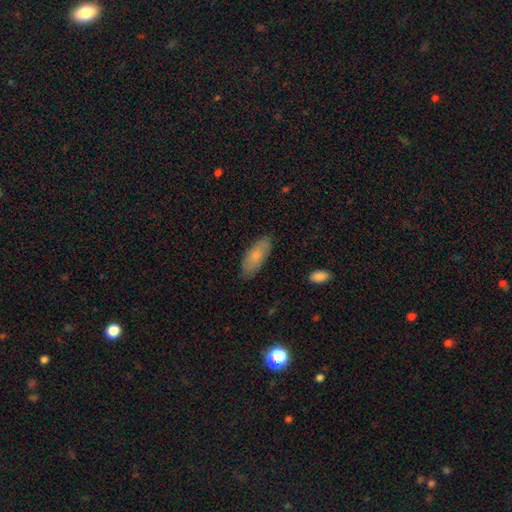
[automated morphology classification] Smooth or featured? smooth (77%)
How rounded? in between (79%)
Merging? none (84%)